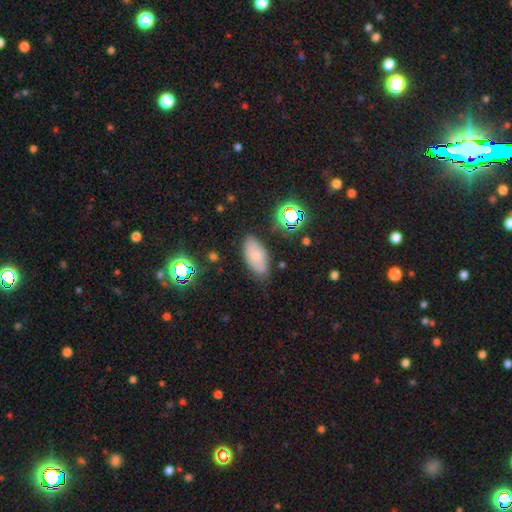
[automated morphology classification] A smooth galaxy with no disk features (69%) that is in between round and cigar-shaped (91%). Merging: none (75%).